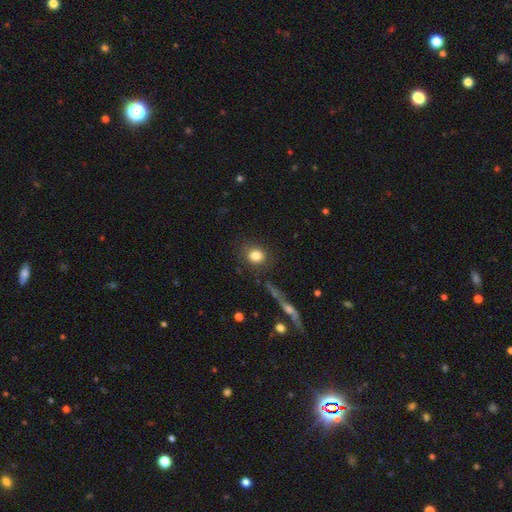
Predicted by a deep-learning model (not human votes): Smooth or featured: smooth — 82% (star or artifact — 10%)
How rounded: round — 79% (in between — 20%)
Merging: none — 81% (minor disturbance — 11%)